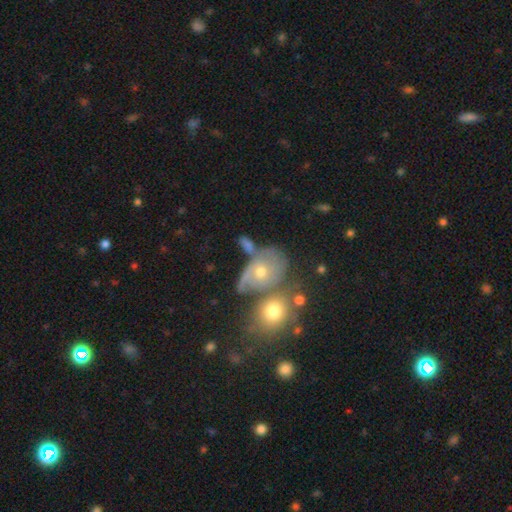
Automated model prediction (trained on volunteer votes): Smooth or featured? featured or disk (60%)
Edge-on disk? no (95%)
Bar? no (76%)
Spiral arms? yes (79%)
Bulge size? moderate (51%)
Merging? none (46%)